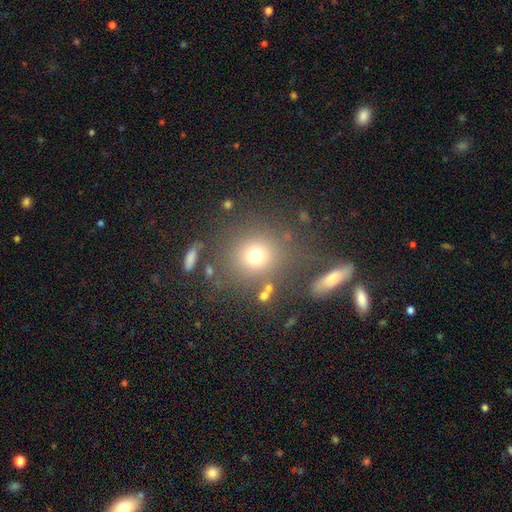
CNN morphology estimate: Overall: smooth (73%). How rounded: round (85%). Merging: none (74%).